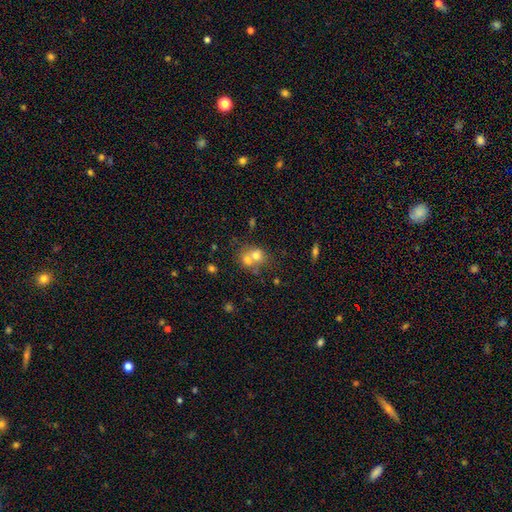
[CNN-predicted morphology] Smooth or featured: smooth — 66% (featured or disk — 21%)
How rounded: round — 70% (in between — 29%)
Merging: merger — 62% (none — 28%)